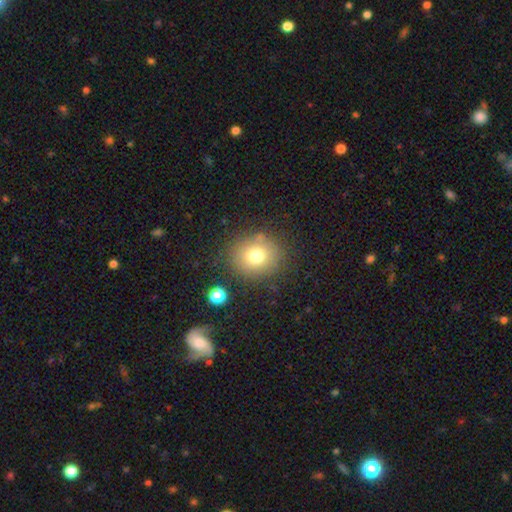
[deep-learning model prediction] Smooth or featured? smooth (74%)
How rounded? round (73%)
Merging? none (81%)